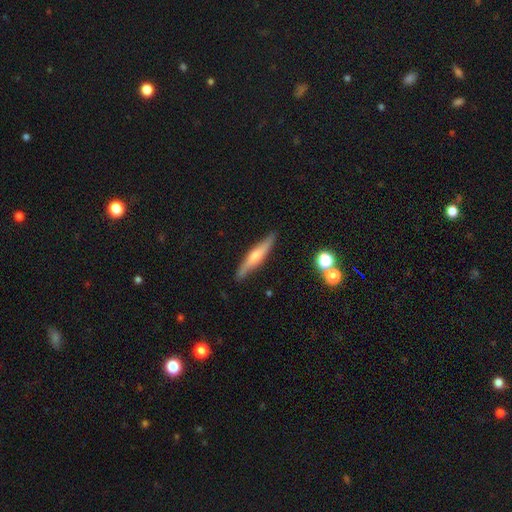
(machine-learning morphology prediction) Smooth or featured: featured or disk — 49% (smooth — 45%)
Merging: none — 86% (minor disturbance — 11%)